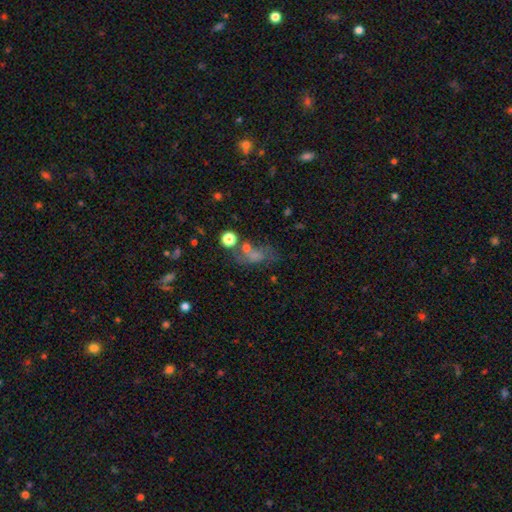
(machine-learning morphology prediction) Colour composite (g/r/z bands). It shows a smooth galaxy with no disk features (45%). Merging: none (45%).